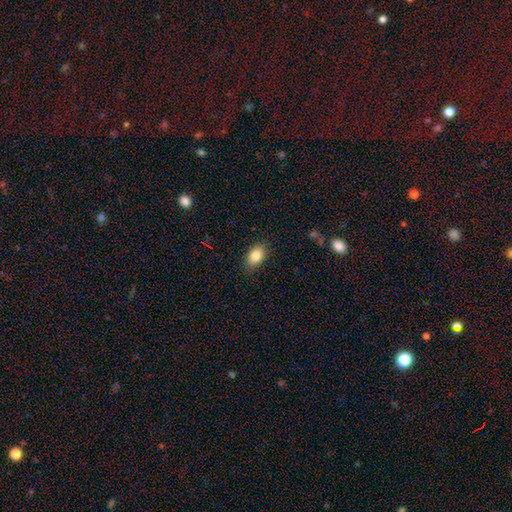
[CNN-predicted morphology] smooth-or-featured: smooth: 84% | star or artifact: 8% | featured or disk: 8%
  how-rounded: in between: 87% | round: 11% | cigar-shaped: 2%
  merging: none: 86% | minor disturbance: 11% | major disturbance: 2% | merger: 1%